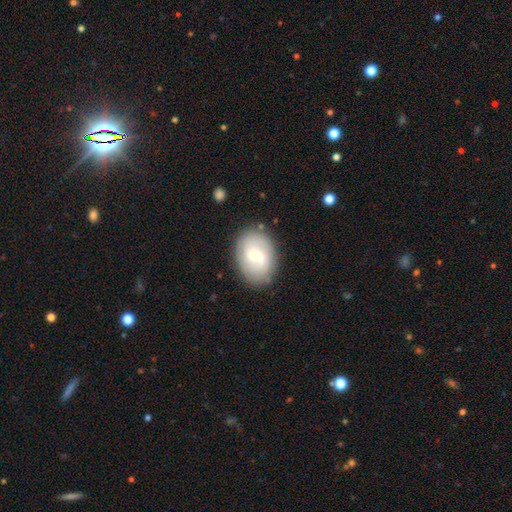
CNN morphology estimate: smooth-or-featured: featured or disk: 49% | smooth: 44% | star or artifact: 7%
  merging: none: 81% | minor disturbance: 13% | major disturbance: 4% | merger: 2%